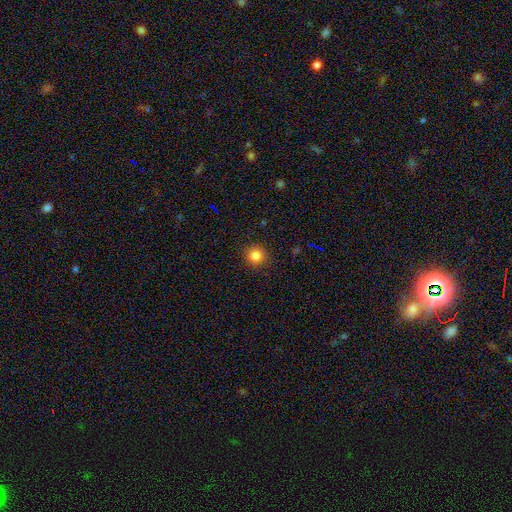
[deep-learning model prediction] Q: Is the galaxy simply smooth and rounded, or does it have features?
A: smooth — 83%.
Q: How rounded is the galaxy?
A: round — 94%.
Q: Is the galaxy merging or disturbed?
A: none — 91%.